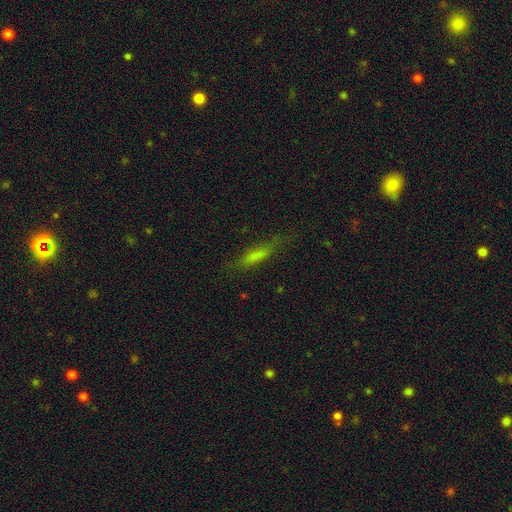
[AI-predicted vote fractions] The model was most divided on "merging": none: 67%, minor disturbance: 21%, major disturbance: 9%, merger: 2%. More confident: how rounded — cigar-shaped (75%); smooth or featured — smooth (69%).